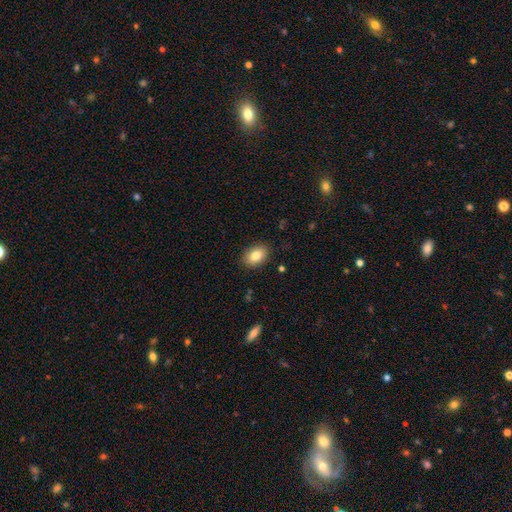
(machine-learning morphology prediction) A smooth galaxy with no disk features (82%) that is in between round and cigar-shaped (81%). Merging: none (88%).